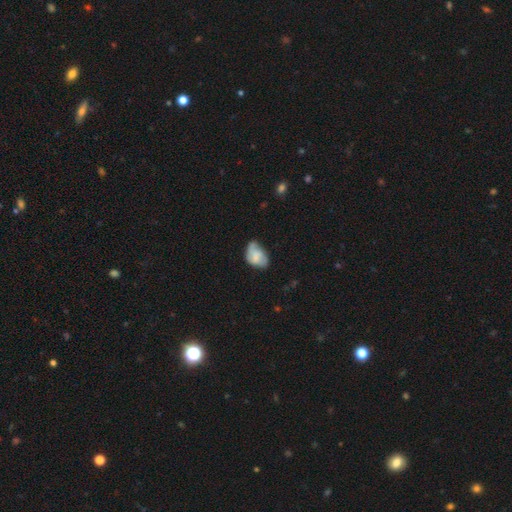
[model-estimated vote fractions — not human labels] smooth-or-featured: smooth: 58% | featured or disk: 34% | star or artifact: 8%
  how-rounded: in between: 82% | round: 16% | cigar-shaped: 1%
  merging: minor disturbance: 40% | none: 39% | major disturbance: 17% | merger: 4%